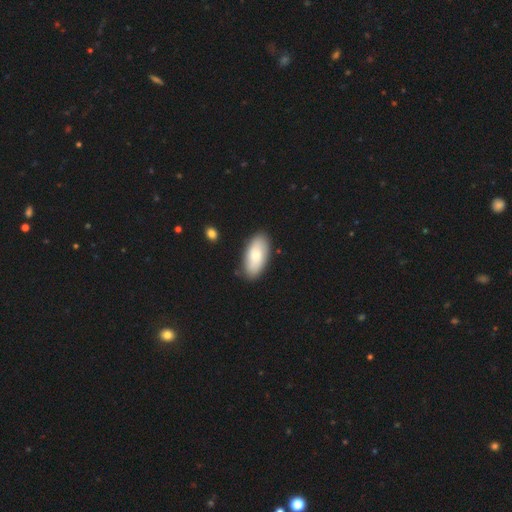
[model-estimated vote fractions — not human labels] Smooth or featured? smooth (74%)
How rounded? in between (92%)
Merging? none (84%)